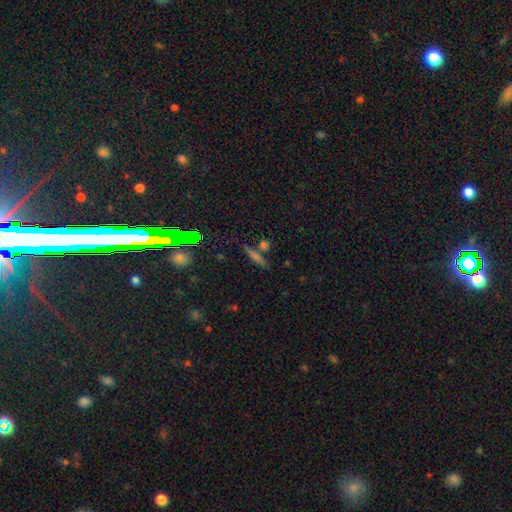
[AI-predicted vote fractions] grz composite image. It shows a smooth galaxy with no disk features (42%). Merging: none (72%).